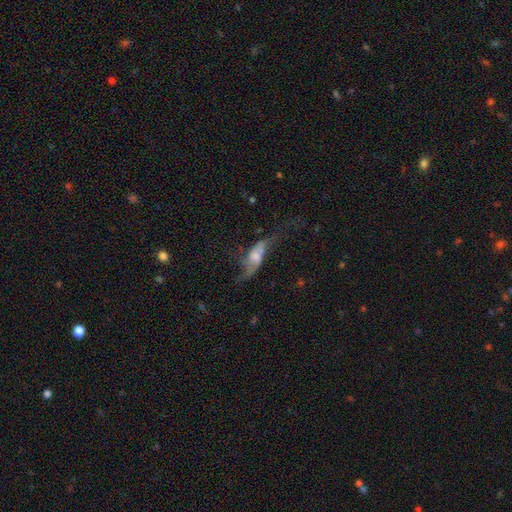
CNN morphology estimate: Smooth or featured?
  - featured or disk: 58% *
  - smooth: 32%
  - star or artifact: 10%
Edge-on disk?
  - no: 79% *
  - yes: 21%
Merging?
  - major disturbance: 45% *
  - none: 29%
  - minor disturbance: 19%
  - merger: 7%